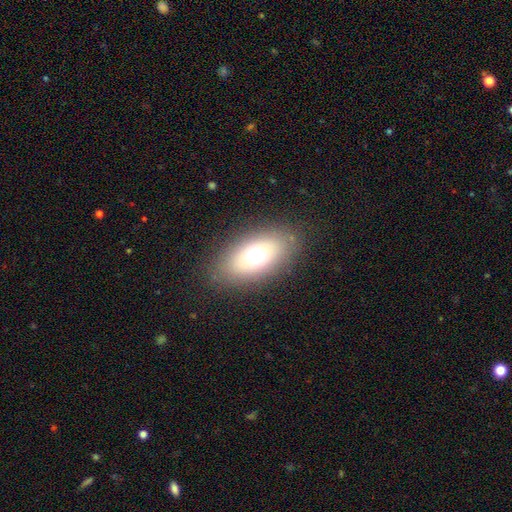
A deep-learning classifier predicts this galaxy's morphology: Q: Smooth or featured?
A: smooth (63%); runner-up: featured or disk (23%)
Q: How rounded?
A: in between (83%); runner-up: round (14%)
Q: Merging?
A: none (83%); runner-up: minor disturbance (10%)